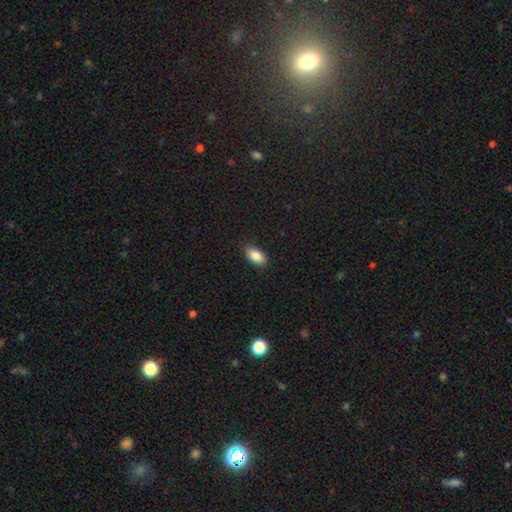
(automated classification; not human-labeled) Smooth or featured: smooth — 87% (star or artifact — 7%)
How rounded: in between — 92% (cigar-shaped — 4%)
Merging: none — 86% (minor disturbance — 11%)